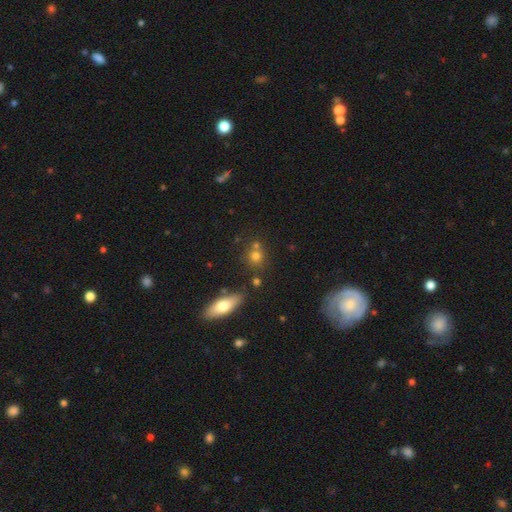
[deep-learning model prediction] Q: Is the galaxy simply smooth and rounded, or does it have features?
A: smooth — 72%.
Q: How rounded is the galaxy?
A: round — 79%.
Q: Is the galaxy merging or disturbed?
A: none — 64%.